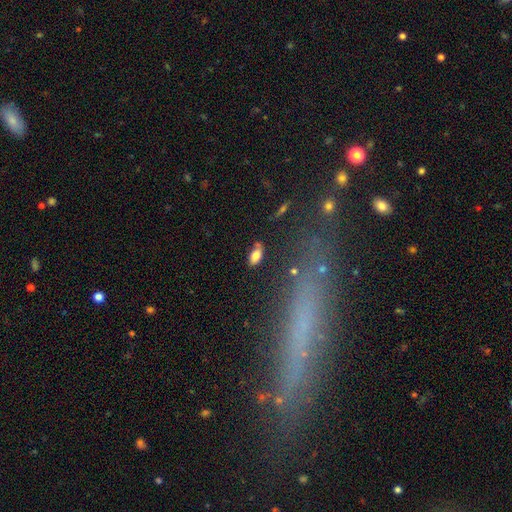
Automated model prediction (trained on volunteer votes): smooth-or-featured: smooth: 78% | featured or disk: 13% | star or artifact: 9%
  how-rounded: in between: 90% | cigar-shaped: 6% | round: 4%
  merging: none: 70% | minor disturbance: 18% | merger: 7% | major disturbance: 5%